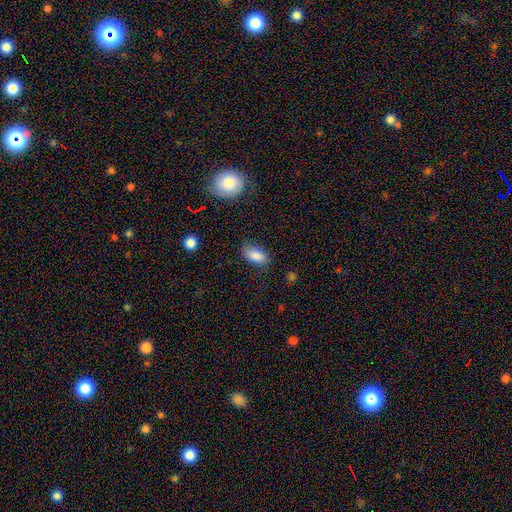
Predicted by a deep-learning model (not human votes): smooth_or_featured: smooth (p=0.86) [alt: star or artifact p=0.07]
how_rounded: in between (p=0.91) [alt: cigar-shaped p=0.06]
merging: none (p=0.76) [alt: minor disturbance p=0.18]